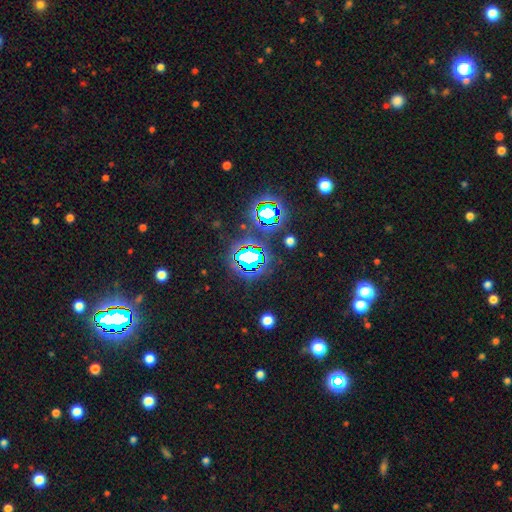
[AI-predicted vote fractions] A star or artifact, not a galaxy (81%).

Vote fractions:
- Smooth or featured? star or artifact: 81% / smooth: 11% / featured or disk: 7%